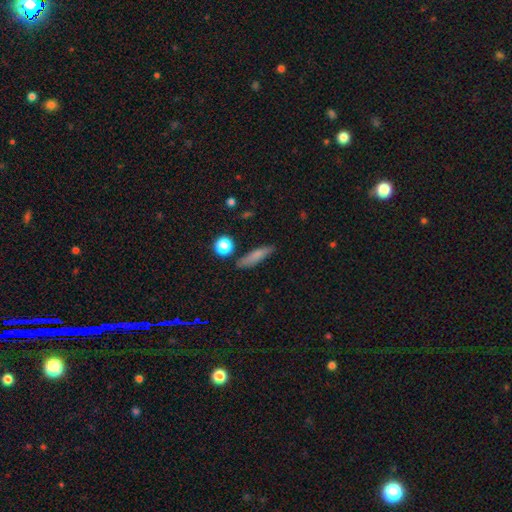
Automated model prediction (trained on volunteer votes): Smooth or featured: smooth — 75% (featured or disk — 16%)
How rounded: cigar-shaped — 72% (in between — 23%)
Merging: none — 83% (minor disturbance — 11%)